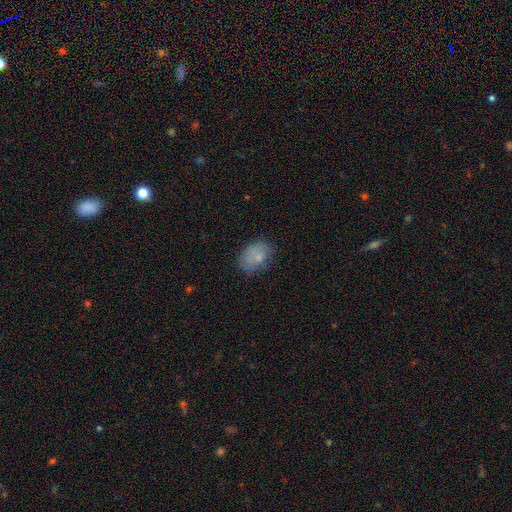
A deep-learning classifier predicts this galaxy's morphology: smooth-or-featured: smooth: 77% | featured or disk: 14% | star or artifact: 9%
  how-rounded: in between: 78% | round: 20% | cigar-shaped: 1%
  merging: none: 66% | minor disturbance: 24% | major disturbance: 7% | merger: 2%